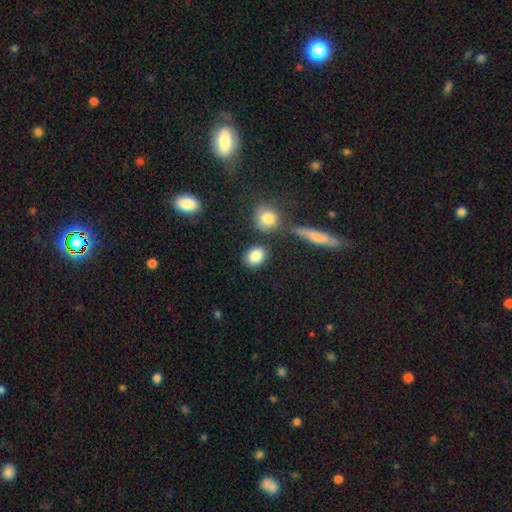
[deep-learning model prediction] smooth-or-featured: smooth: 85% | star or artifact: 8% | featured or disk: 7%
  how-rounded: in between: 57% | round: 41% | cigar-shaped: 2%
  merging: none: 80% | minor disturbance: 10% | merger: 7% | major disturbance: 3%